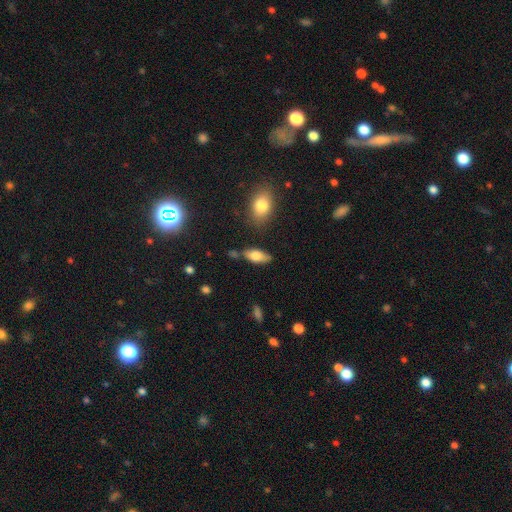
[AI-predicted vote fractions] Overall: smooth (72%). How rounded: in between (83%). Merging: none (74%).